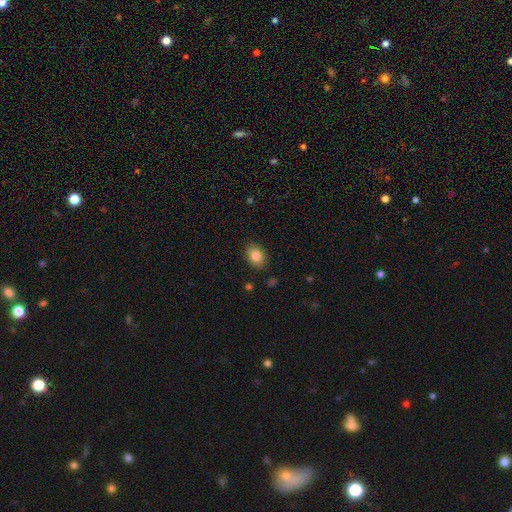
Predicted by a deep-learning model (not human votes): This is clearly a smooth galaxy (84%). How rounded: likely in between (75%). Merging: clearly none (87%).